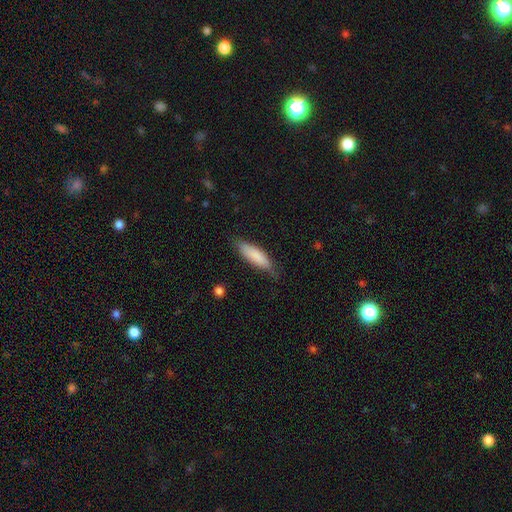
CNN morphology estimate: Q: Smooth or featured?
A: smooth (82%); runner-up: featured or disk (12%)
Q: How rounded?
A: cigar-shaped (56%); runner-up: in between (43%)
Q: Merging?
A: none (71%); runner-up: minor disturbance (23%)